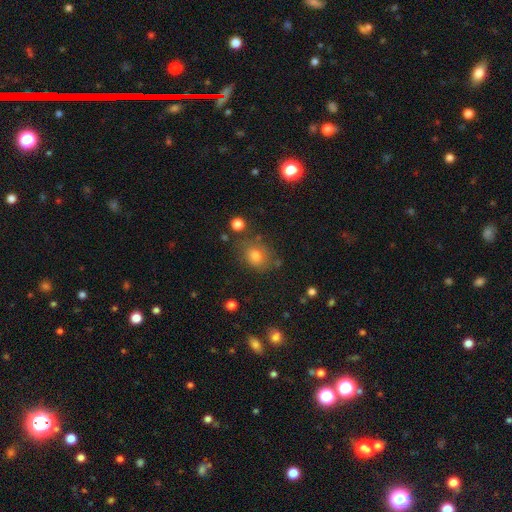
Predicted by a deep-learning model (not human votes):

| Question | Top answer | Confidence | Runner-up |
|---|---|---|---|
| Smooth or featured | smooth | 77% | star or artifact (13%) |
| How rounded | round | 56% | in between (43%) |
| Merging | none | 73% | minor disturbance (16%) |